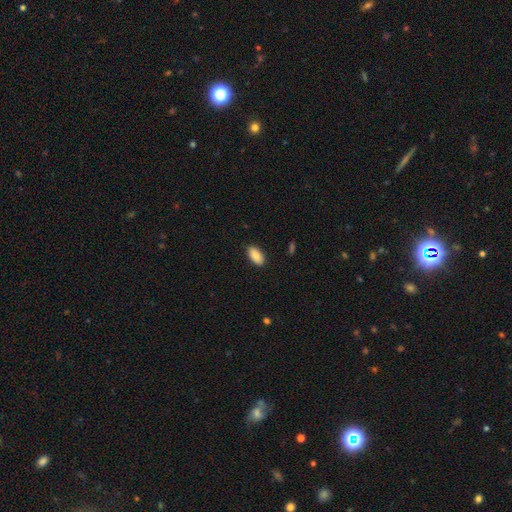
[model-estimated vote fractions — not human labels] smooth_or_featured: smooth (p=0.89) [alt: star or artifact p=0.06]
how_rounded: in between (p=0.93) [alt: cigar-shaped p=0.04]
merging: none (p=0.86) [alt: minor disturbance p=0.11]